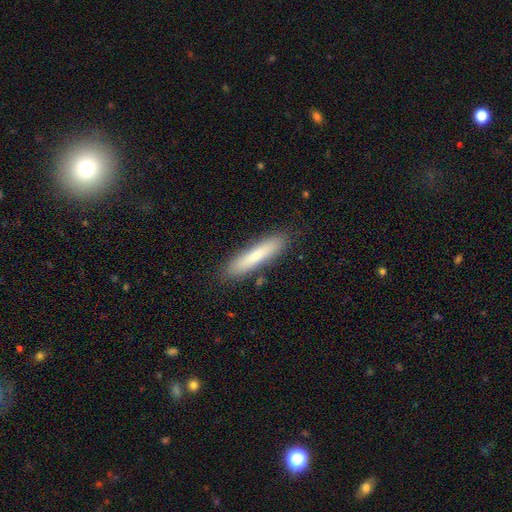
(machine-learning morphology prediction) smooth-or-featured: smooth: 72% | featured or disk: 22% | star or artifact: 6%
  how-rounded: cigar-shaped: 85% | in between: 14% | round: 1%
  merging: none: 87% | minor disturbance: 9% | major disturbance: 2% | merger: 2%